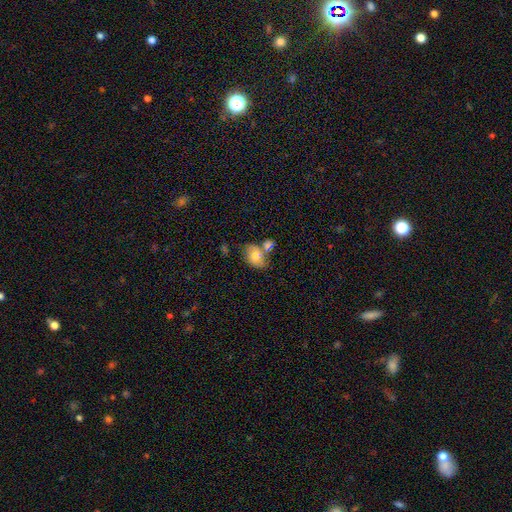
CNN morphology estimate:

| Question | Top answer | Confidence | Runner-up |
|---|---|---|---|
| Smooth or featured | smooth | 66% | featured or disk (24%) |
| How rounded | in between | 76% | round (22%) |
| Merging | none | 43% | merger (26%) |